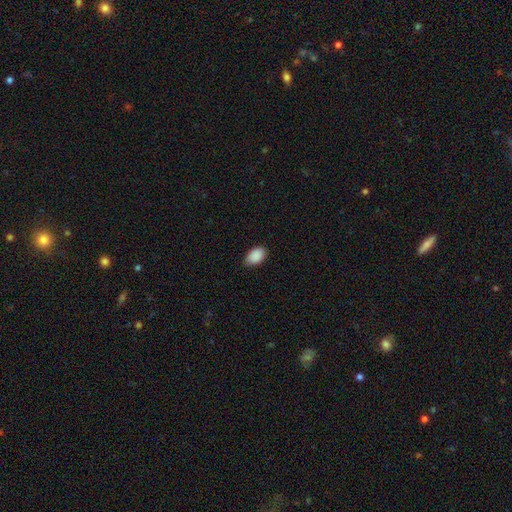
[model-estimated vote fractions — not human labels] A smooth galaxy with no disk features (90%) that is in between round and cigar-shaped (91%). Merging: none (81%).